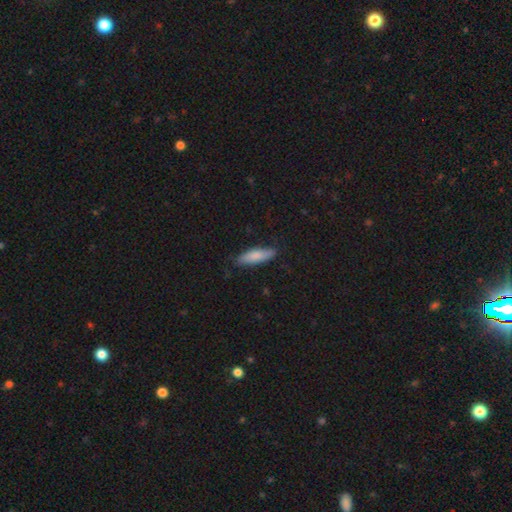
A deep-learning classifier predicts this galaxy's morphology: This is clearly a smooth galaxy (82%). How rounded: possibly cigar-shaped (54%). Merging: likely none (78%).